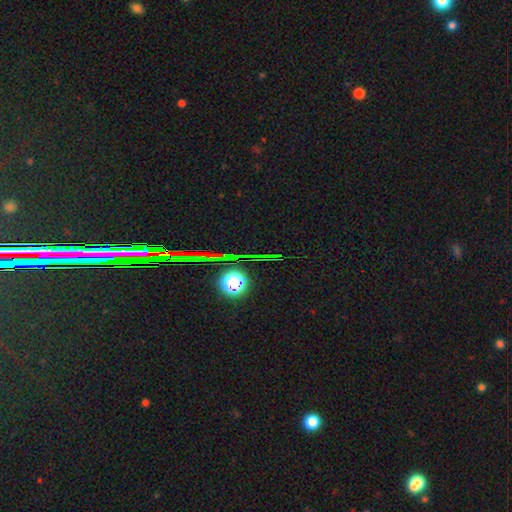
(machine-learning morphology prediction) smooth-or-featured: star or artifact: 78% | smooth: 12% | featured or disk: 10%